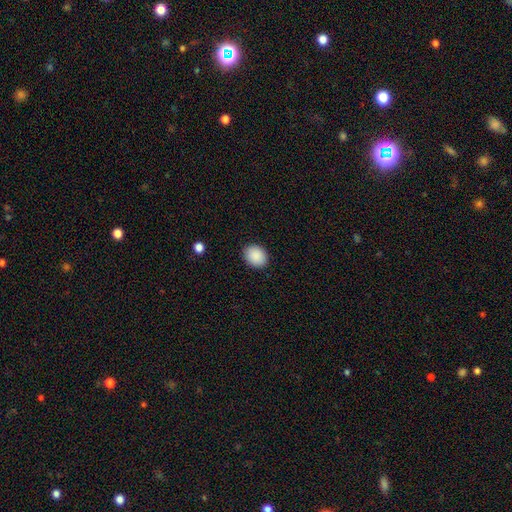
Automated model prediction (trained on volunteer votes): smooth-or-featured: smooth: 90% | star or artifact: 7% | featured or disk: 3%
  how-rounded: in between: 51% | round: 49% | cigar-shaped: 1%
  merging: none: 89% | minor disturbance: 8% | major disturbance: 2% | merger: 1%